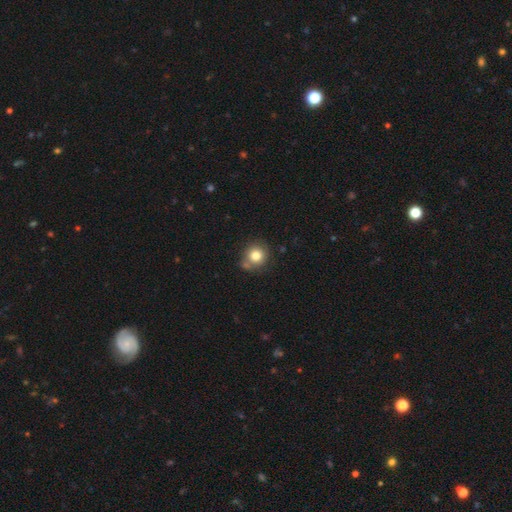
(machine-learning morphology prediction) The model was most divided on "merging": none: 70%, minor disturbance: 14%, merger: 12%, major disturbance: 4%. More confident: how rounded — round (90%); smooth or featured — smooth (81%).